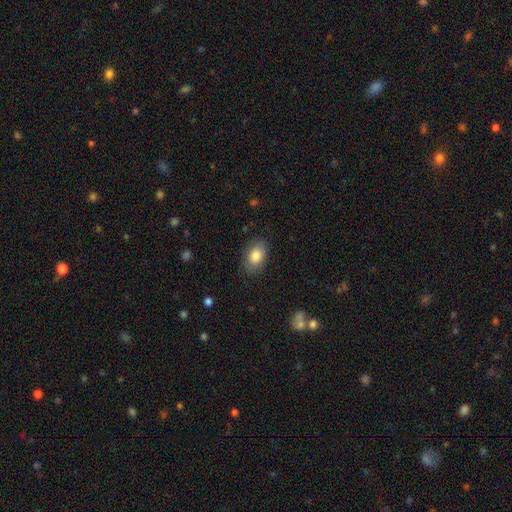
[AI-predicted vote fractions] A smooth galaxy with no disk features (83%) that is in between round and cigar-shaped (85%).

Vote fractions:
- Smooth or featured? smooth: 83% / featured or disk: 10% / star or artifact: 7%
- How rounded? in between: 85% / round: 14% / cigar-shaped: 1%
- Merging? none: 82% / minor disturbance: 13% / major disturbance: 3% / merger: 1%